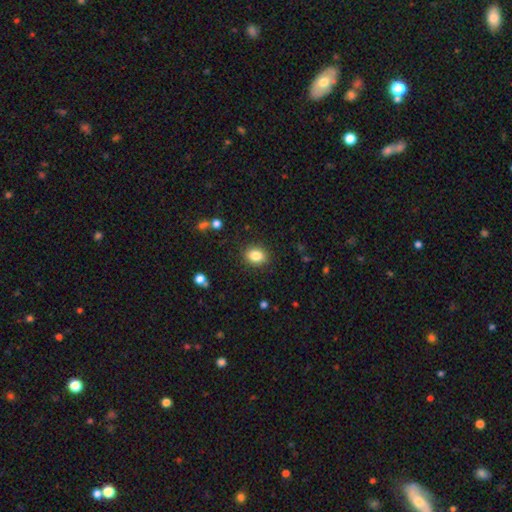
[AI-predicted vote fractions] This is clearly a smooth galaxy (85%). How rounded: possibly in between (52%). Merging: clearly none (88%).